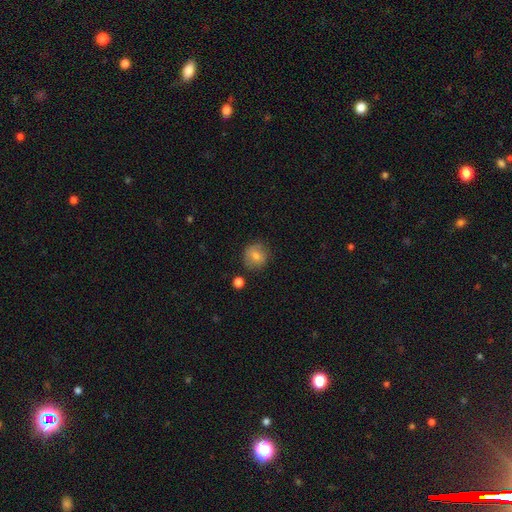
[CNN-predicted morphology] smooth-or-featured: smooth: 72% | featured or disk: 17% | star or artifact: 11%
  how-rounded: round: 87% | in between: 12% | cigar-shaped: 1%
  merging: none: 80% | minor disturbance: 13% | major disturbance: 3% | merger: 3%